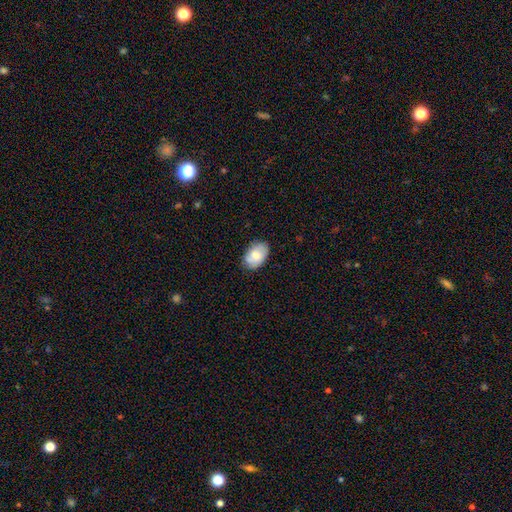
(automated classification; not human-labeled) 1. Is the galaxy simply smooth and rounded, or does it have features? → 72% smooth, 21% featured or disk, 7% star or artifact.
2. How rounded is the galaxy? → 90% in between, 9% round, 1% cigar-shaped.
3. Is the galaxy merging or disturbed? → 79% none, 17% minor disturbance, 3% major disturbance, 1% merger.